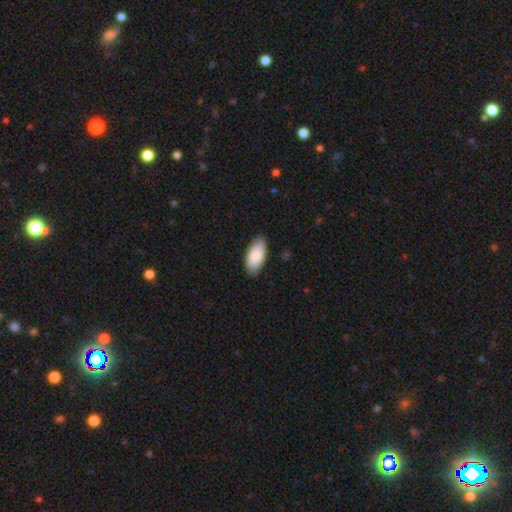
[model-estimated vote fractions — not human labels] Morphology: type=smooth (84%); roundness=in between (93%); merging=none (84%).